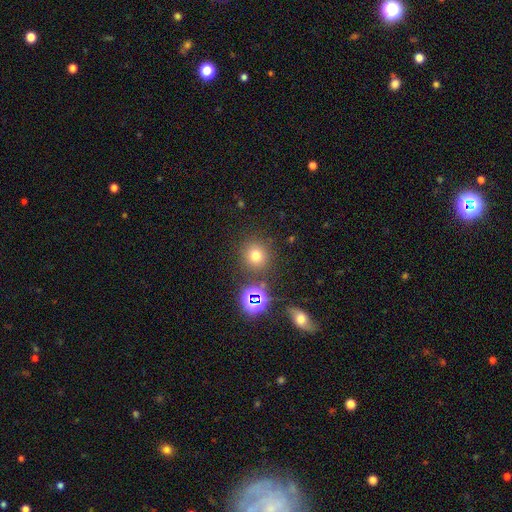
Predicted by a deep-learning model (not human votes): Q: Smooth or featured?
A: smooth (68%); runner-up: star or artifact (24%)
Q: How rounded?
A: round (90%); runner-up: in between (9%)
Q: Merging?
A: none (83%); runner-up: minor disturbance (8%)